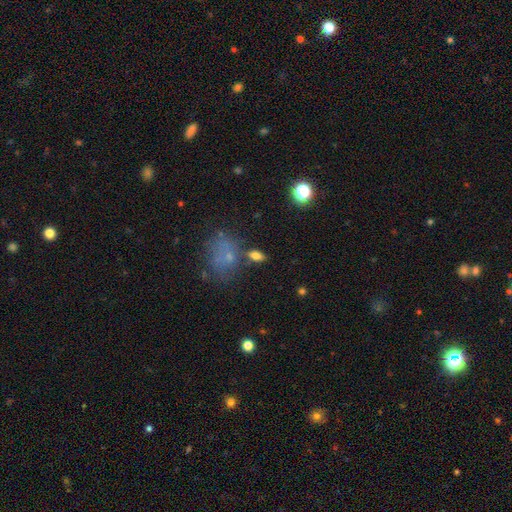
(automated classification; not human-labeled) The model was most divided on "merging": none: 69%, minor disturbance: 13%, merger: 11%, major disturbance: 6%. More confident: how rounded — in between (84%); smooth or featured — smooth (73%).